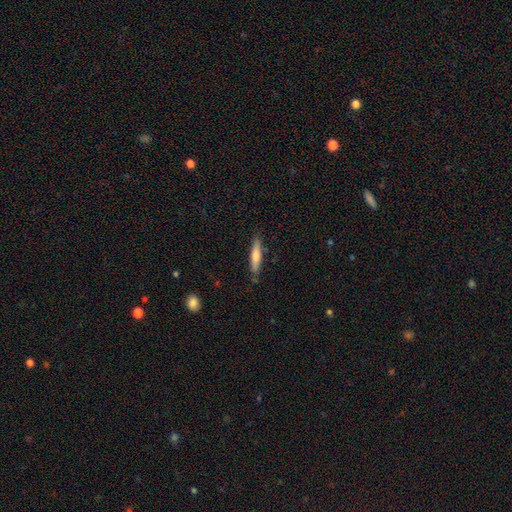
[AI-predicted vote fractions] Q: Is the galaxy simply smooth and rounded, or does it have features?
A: smooth — 62%.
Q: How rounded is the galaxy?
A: cigar-shaped — 89%.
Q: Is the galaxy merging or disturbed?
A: none — 84%.